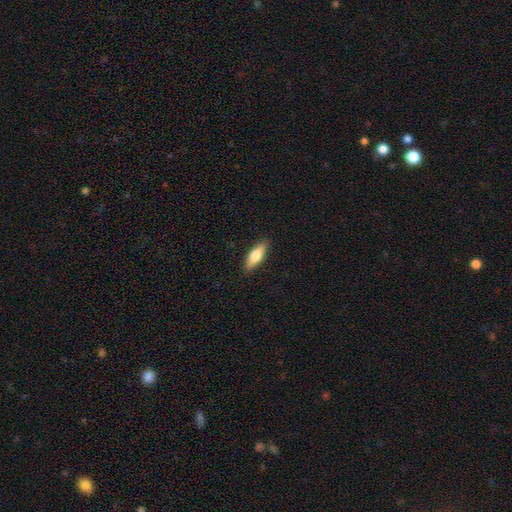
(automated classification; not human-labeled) smooth 65%, featured or disk 29%, star or artifact 6%. Down the decision tree: how rounded — in between (54%); merging — none (89%).